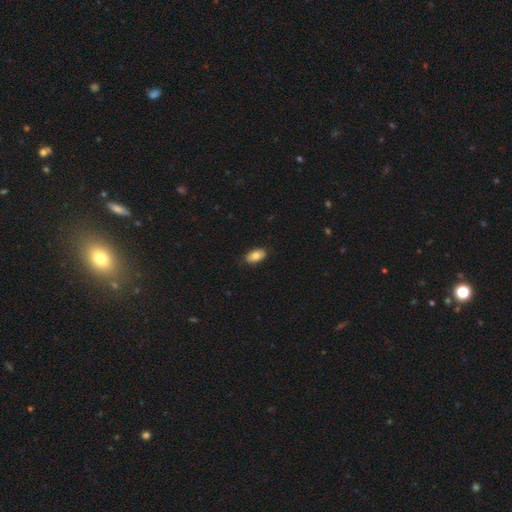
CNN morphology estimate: Smooth or featured: smooth — 80% (featured or disk — 13%)
How rounded: in between — 93% (round — 5%)
Merging: none — 85% (minor disturbance — 12%)